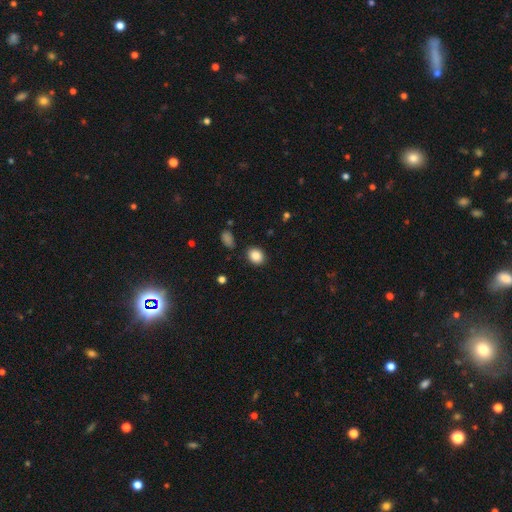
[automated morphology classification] Overall: smooth (86%). How rounded: round (52%; in between 46%). Merging: none (84%).